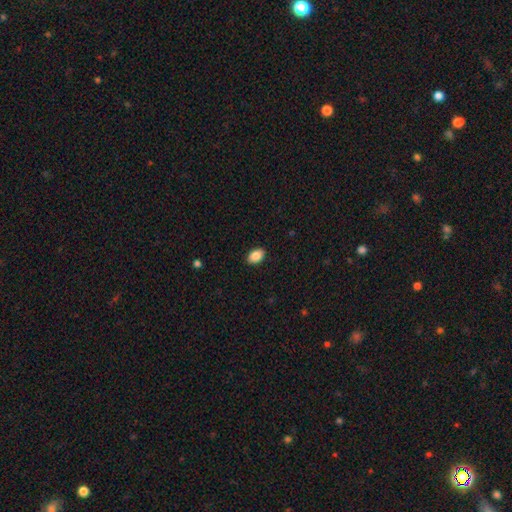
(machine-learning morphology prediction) type=smooth (88%); roundness=in between (88%); merging=none (90%).